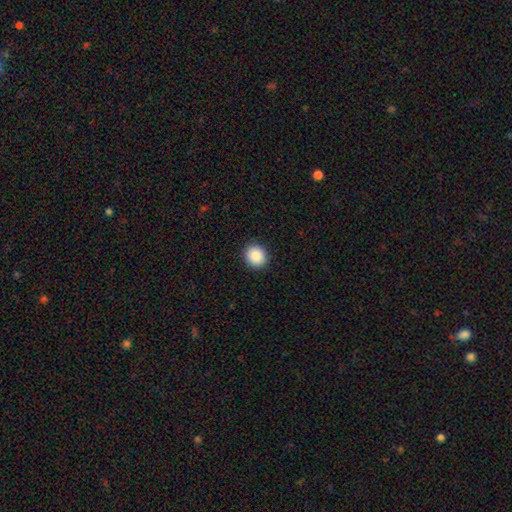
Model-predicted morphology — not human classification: A smooth galaxy with no disk features (89%) that is round (85%). Merging: none (92%).